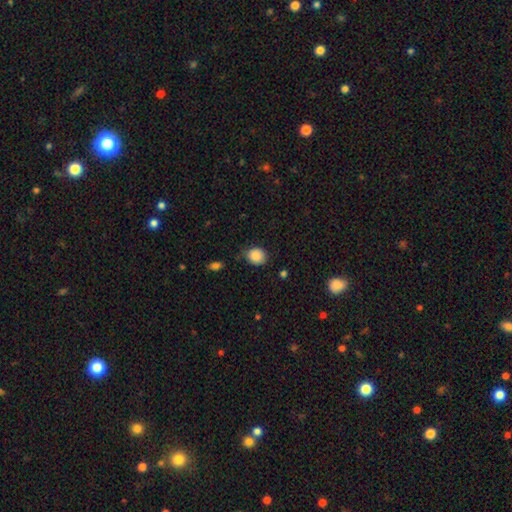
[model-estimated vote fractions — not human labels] This is clearly a smooth galaxy (86%). How rounded: likely round (72%). Merging: likely none (73%).